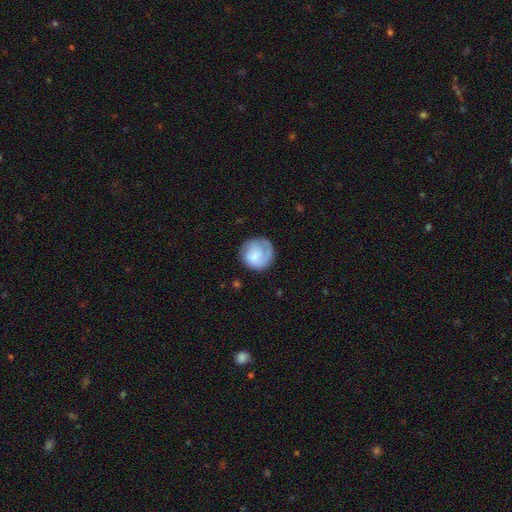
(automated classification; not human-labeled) smooth-or-featured: smooth: 63% | featured or disk: 31% | star or artifact: 6%
  how-rounded: round: 89% | in between: 10% | cigar-shaped: 1%
  merging: none: 69% | minor disturbance: 18% | major disturbance: 11% | merger: 2%